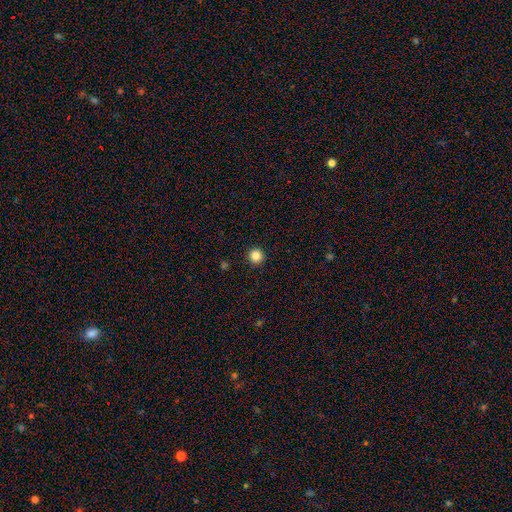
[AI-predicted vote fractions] smooth 85%, star or artifact 11%, featured or disk 4%. Down the decision tree: how rounded — round (96%); merging — none (93%).